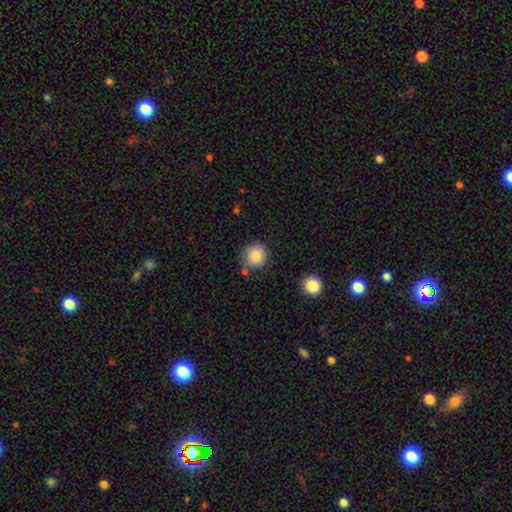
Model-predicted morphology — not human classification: The model was most divided on "merging": none: 72%, minor disturbance: 18%, merger: 6%, major disturbance: 4%. More confident: smooth or featured — smooth (87%); how rounded — round (86%).